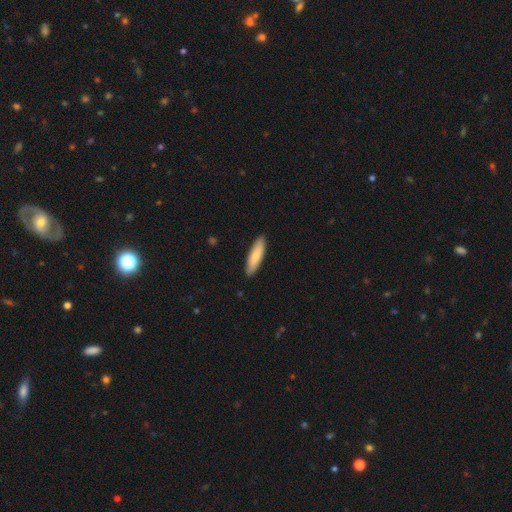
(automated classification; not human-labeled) This is likely a smooth galaxy (77%). How rounded: likely cigar-shaped (64%). Merging: clearly none (89%).